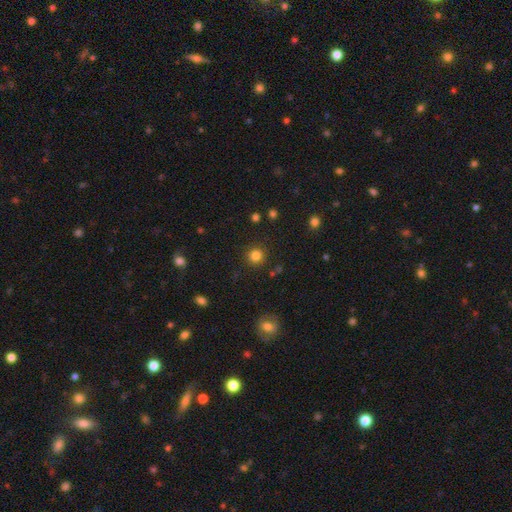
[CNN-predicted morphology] Overall: smooth (82%). How rounded: round (94%). Merging: none (90%).